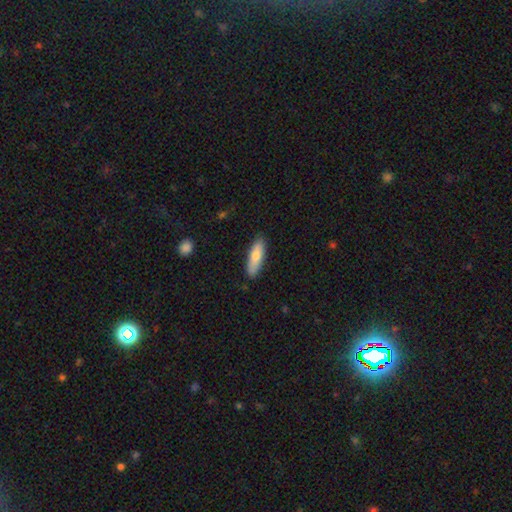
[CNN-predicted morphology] Smooth or featured: smooth — 73% (featured or disk — 21%)
How rounded: cigar-shaped — 53% (in between — 45%)
Merging: none — 87% (minor disturbance — 10%)